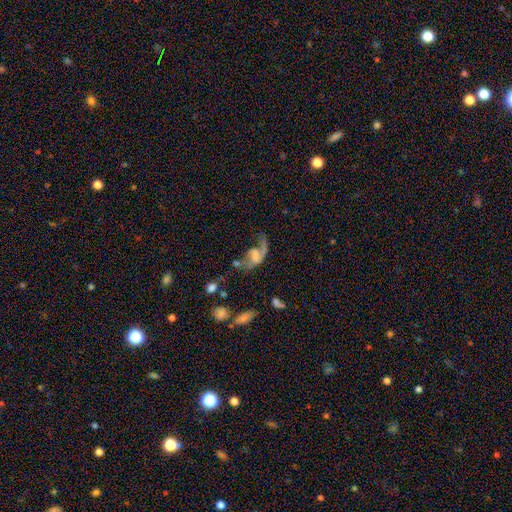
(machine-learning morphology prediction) type=featured or disk (62%); edge-on=no (95%); bar=no (48%); spiral arms=yes (74%); bulge=none (37%); merging=major disturbance (47%).